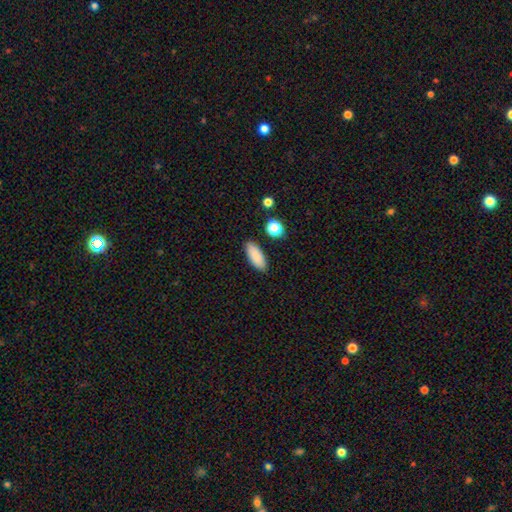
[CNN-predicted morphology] A smooth galaxy with no disk features (88%) that is in between round and cigar-shaped (78%). Merging: none (87%).